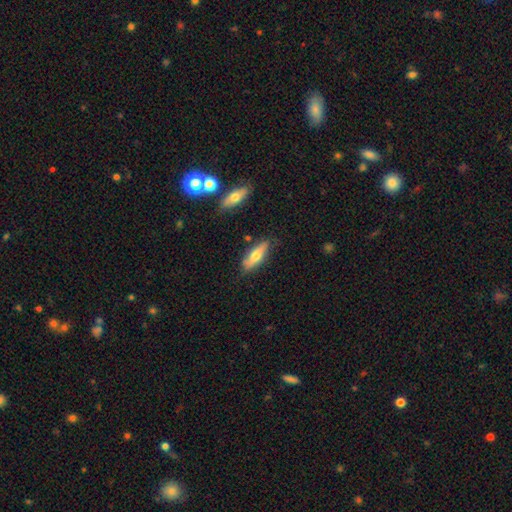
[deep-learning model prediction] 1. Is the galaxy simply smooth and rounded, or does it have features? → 61% smooth, 33% featured or disk, 6% star or artifact.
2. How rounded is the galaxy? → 52% cigar-shaped, 46% in between, 2% round.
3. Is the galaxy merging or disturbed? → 77% none, 17% minor disturbance, 4% merger, 3% major disturbance.